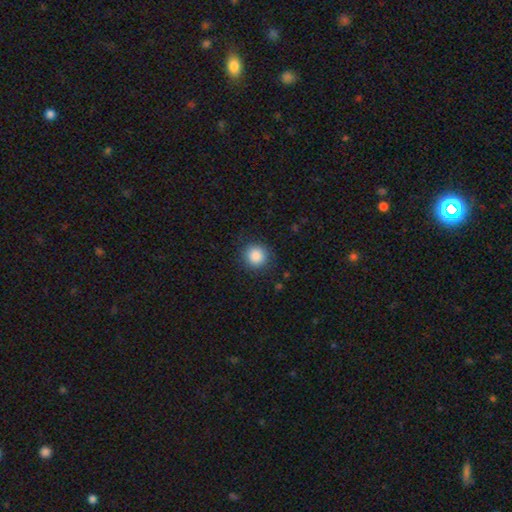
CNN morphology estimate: Smooth or featured? smooth (88%)
How rounded? round (93%)
Merging? none (88%)